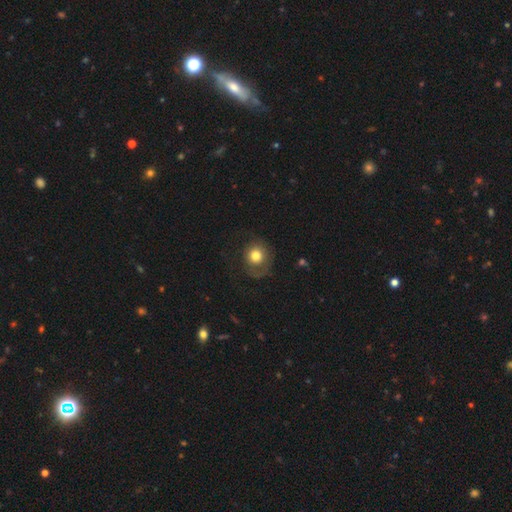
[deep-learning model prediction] A smooth galaxy with no disk features (73%) that is round (85%).

Vote fractions:
- Smooth or featured? smooth: 73% / featured or disk: 18% / star or artifact: 10%
- How rounded? round: 85% / in between: 15% / cigar-shaped: 1%
- Merging? none: 62% / minor disturbance: 19% / major disturbance: 18% / merger: 1%